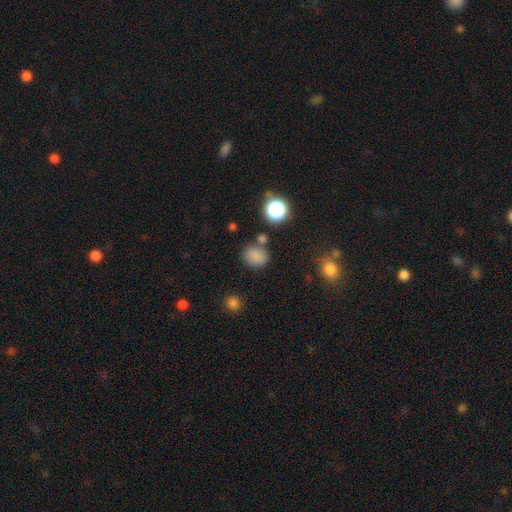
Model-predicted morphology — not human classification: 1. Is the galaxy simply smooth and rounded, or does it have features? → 79% smooth, 15% star or artifact, 6% featured or disk.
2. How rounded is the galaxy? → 58% round, 41% in between, 1% cigar-shaped.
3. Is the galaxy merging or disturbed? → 71% none, 14% minor disturbance, 9% merger, 5% major disturbance.